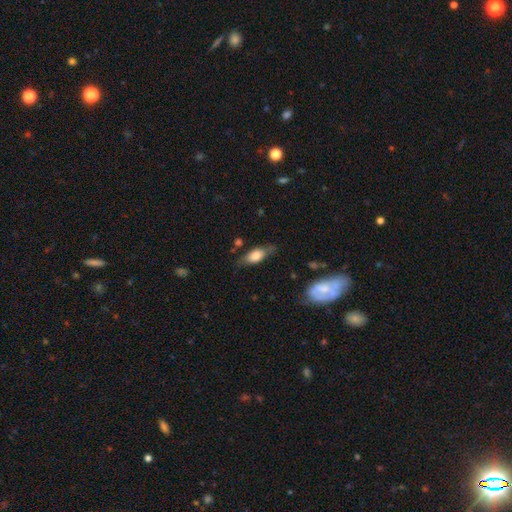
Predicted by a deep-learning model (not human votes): smooth 68%, featured or disk 25%, star or artifact 7%. Down the decision tree: how rounded — in between (80%); merging — none (67%).